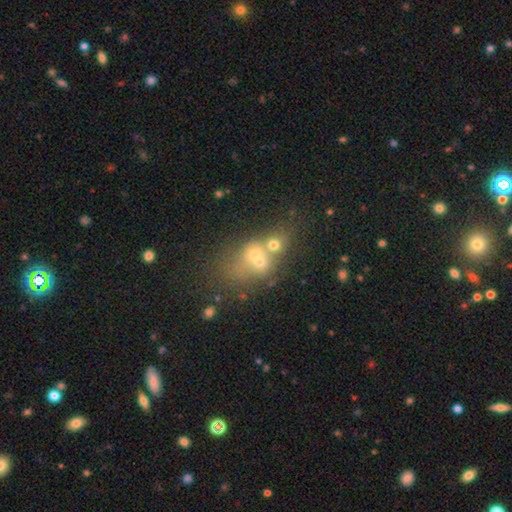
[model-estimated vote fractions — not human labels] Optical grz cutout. It shows a smooth galaxy with no disk features (42%). Merging: merger (54%).